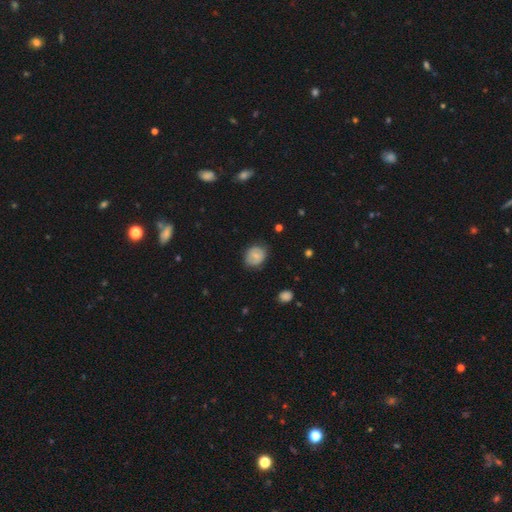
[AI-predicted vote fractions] Overall: smooth (67%). How rounded: round (57%; in between 42%). Merging: none (73%).